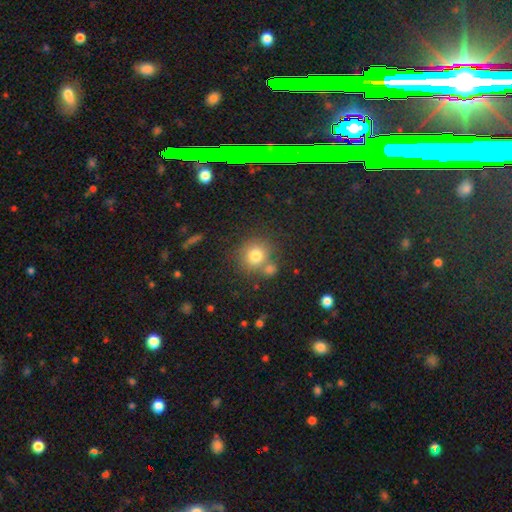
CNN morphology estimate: This is likely a smooth galaxy (78%). How rounded: clearly round (87%). Merging: likely none (65%).